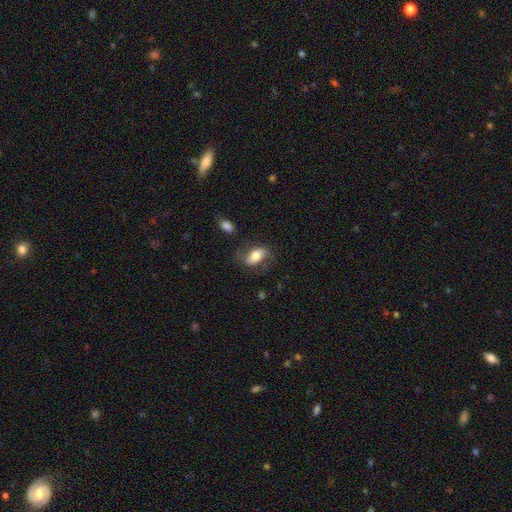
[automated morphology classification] Q: Smooth or featured?
A: smooth (71%); runner-up: featured or disk (22%)
Q: How rounded?
A: in between (89%); runner-up: round (7%)
Q: Merging?
A: none (66%); runner-up: minor disturbance (21%)